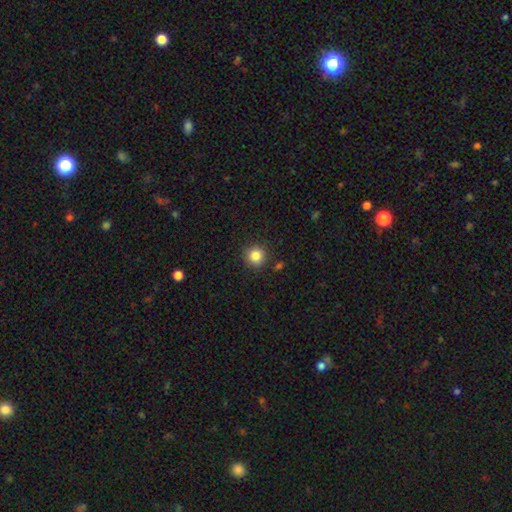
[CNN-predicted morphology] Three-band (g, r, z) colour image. It shows a smooth galaxy with no disk features (84%) that is round (92%). Merging: none (88%).